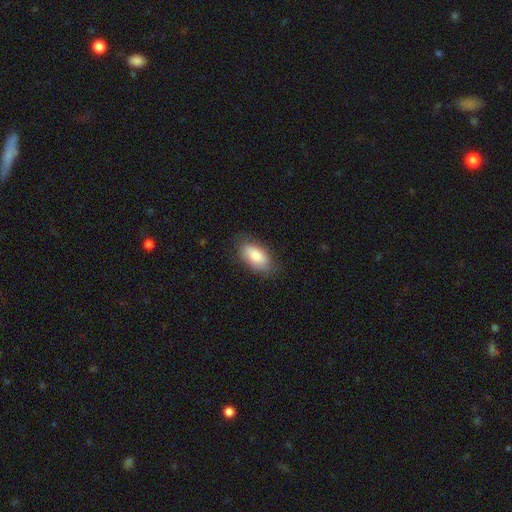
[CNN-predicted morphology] smooth_or_featured: smooth (p=0.84) [alt: featured or disk p=0.10]
how_rounded: in between (p=0.93) [alt: cigar-shaped p=0.04]
merging: none (p=0.79) [alt: minor disturbance p=0.16]